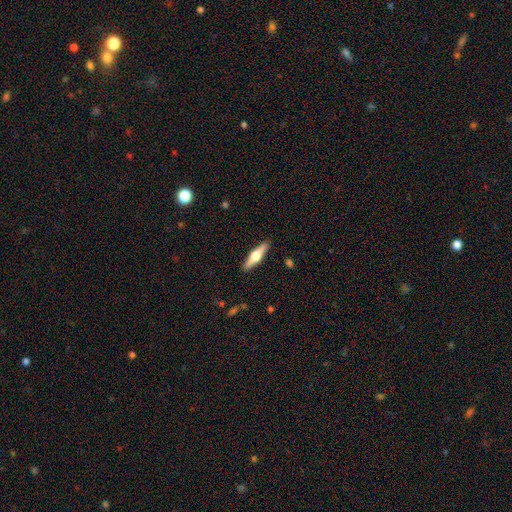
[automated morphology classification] A featured or disk galaxy (57%) viewed edge-on (96%) with a rounded central bulge (95%). Merging: none (91%).